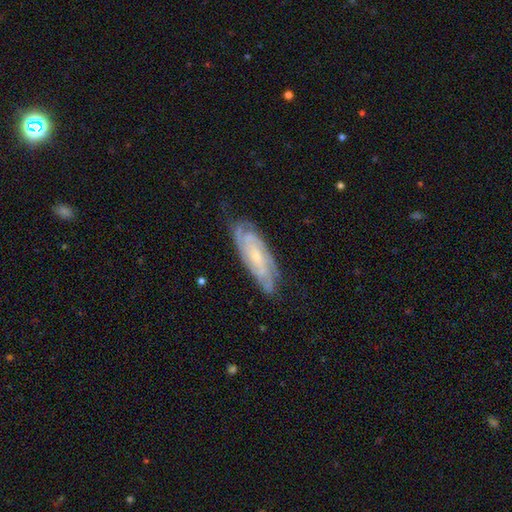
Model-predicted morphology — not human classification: Smooth or featured? Predicted: featured or disk (p=0.83). Edge-on disk? Predicted: no (p=0.89). Bar? Predicted: no (p=0.63). Spiral arms? Predicted: yes (p=0.97). Spiral winding? Predicted: tight (p=0.70). Spiral arm count? Predicted: can't tell (p=0.28). Bulge size? Predicted: small (p=0.70). Merging? Predicted: none (p=0.76).